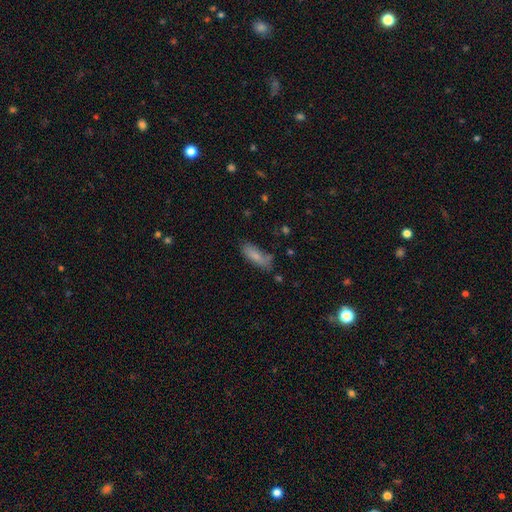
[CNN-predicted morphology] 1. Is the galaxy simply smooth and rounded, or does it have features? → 80% smooth, 13% featured or disk, 8% star or artifact.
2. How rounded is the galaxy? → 64% in between, 34% cigar-shaped, 2% round.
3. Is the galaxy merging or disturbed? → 63% none, 25% minor disturbance, 7% major disturbance, 5% merger.